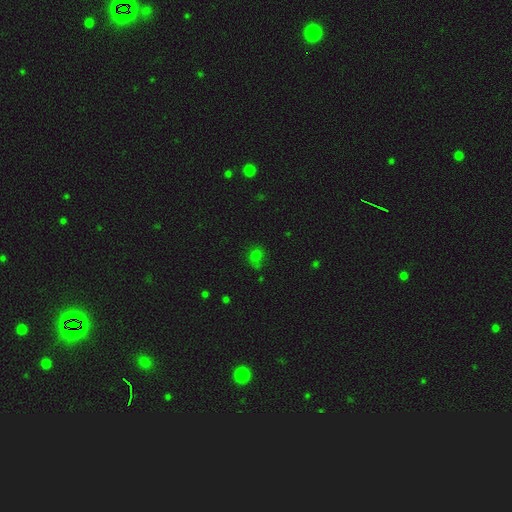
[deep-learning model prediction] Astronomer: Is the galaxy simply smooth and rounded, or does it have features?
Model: smooth — 68%.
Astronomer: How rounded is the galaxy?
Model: round — 71%.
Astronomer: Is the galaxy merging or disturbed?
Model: none — 65%.